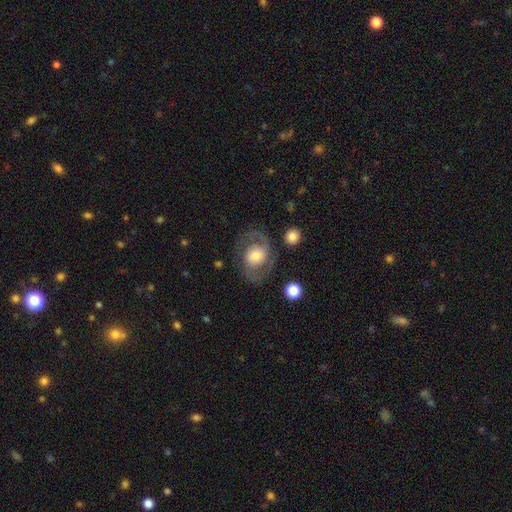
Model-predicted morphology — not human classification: Smooth or featured? featured or disk (64%)
Edge-on disk? no (96%)
Bar? no (67%)
Spiral arms? yes (77%)
Bulge size? moderate (55%)
Merging? none (70%)